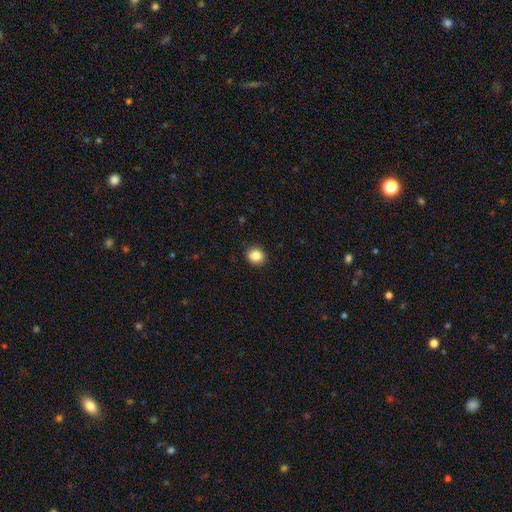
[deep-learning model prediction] Smooth or featured?
  - smooth: 86% *
  - star or artifact: 10%
  - featured or disk: 4%
How rounded?
  - round: 79% *
  - in between: 20%
  - cigar-shaped: 1%
Merging?
  - none: 91% *
  - minor disturbance: 7%
  - major disturbance: 2%
  - merger: 1%